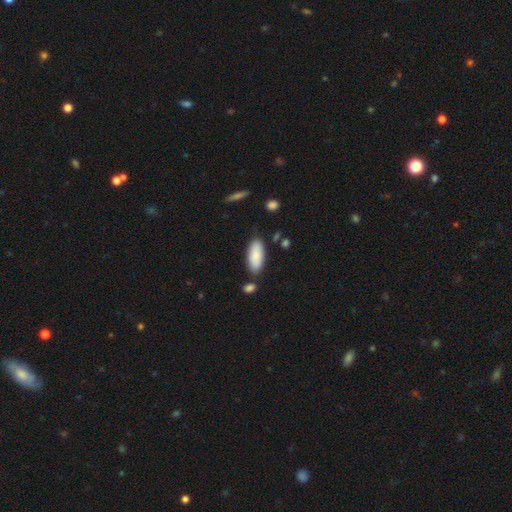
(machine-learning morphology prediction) smooth_or_featured: smooth (p=0.87) [alt: featured or disk p=0.08]
how_rounded: in between (p=0.84) [alt: cigar-shaped p=0.14]
merging: none (p=0.79) [alt: minor disturbance p=0.13]